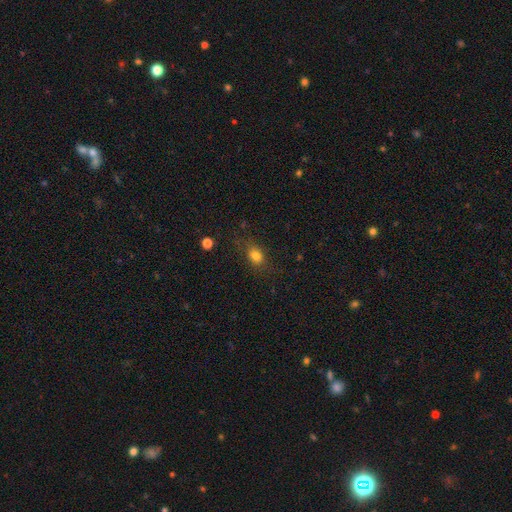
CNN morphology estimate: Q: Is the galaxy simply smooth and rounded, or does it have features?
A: smooth — 79%.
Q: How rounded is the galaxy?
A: in between — 69%.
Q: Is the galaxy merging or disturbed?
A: none — 75%.